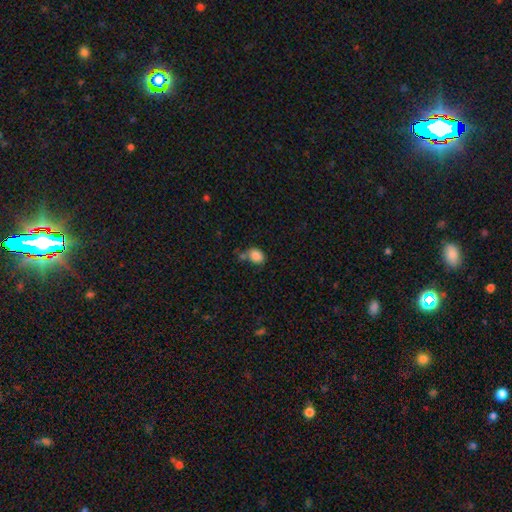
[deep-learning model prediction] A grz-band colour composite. It shows a smooth galaxy with no disk features (85%) that is in between round and cigar-shaped (54%). Merging: none (56%).